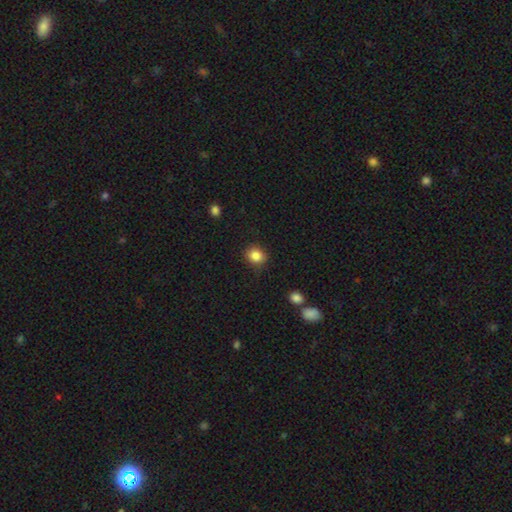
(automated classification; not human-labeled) Q: Smooth or featured?
A: smooth (85%); runner-up: star or artifact (10%)
Q: How rounded?
A: round (71%); runner-up: in between (28%)
Q: Merging?
A: none (85%); runner-up: minor disturbance (11%)